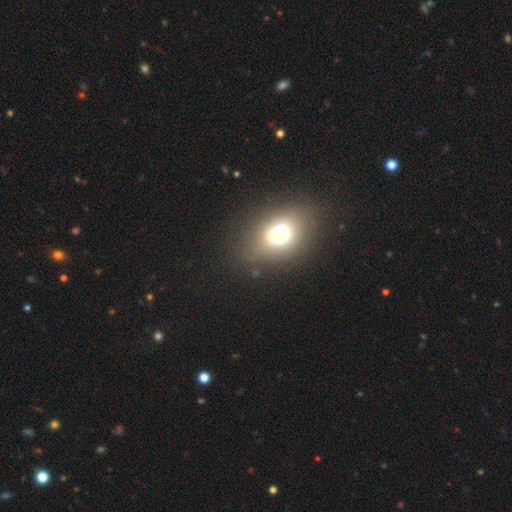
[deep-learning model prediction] This is likely a smooth galaxy (66%). How rounded: likely in between (70%). Merging: clearly none (88%).